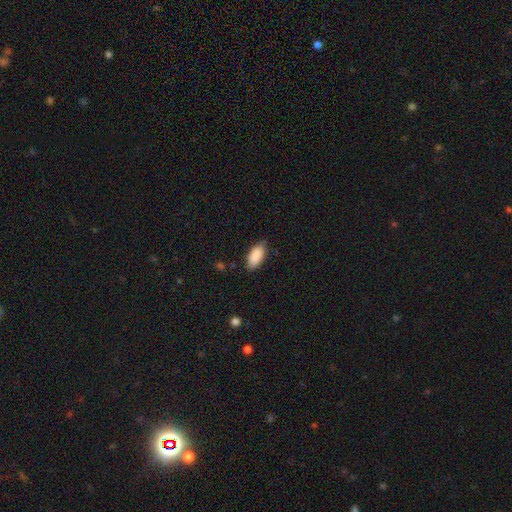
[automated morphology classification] smooth 89%, star or artifact 6%, featured or disk 4%. Down the decision tree: how rounded — in between (92%); merging — none (80%).